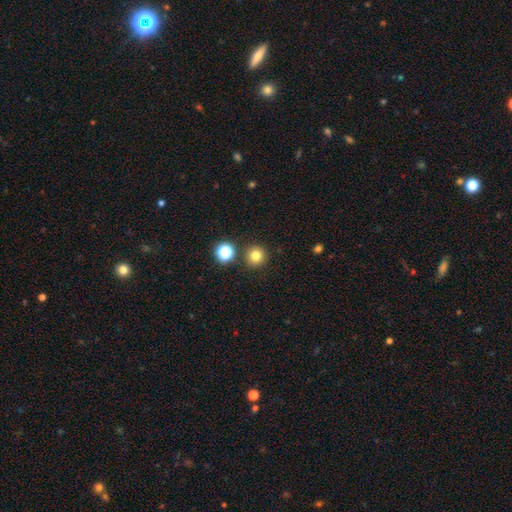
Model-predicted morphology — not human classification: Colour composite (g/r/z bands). It shows a smooth galaxy with no disk features (80%) that is round (95%). Merging: none (88%).